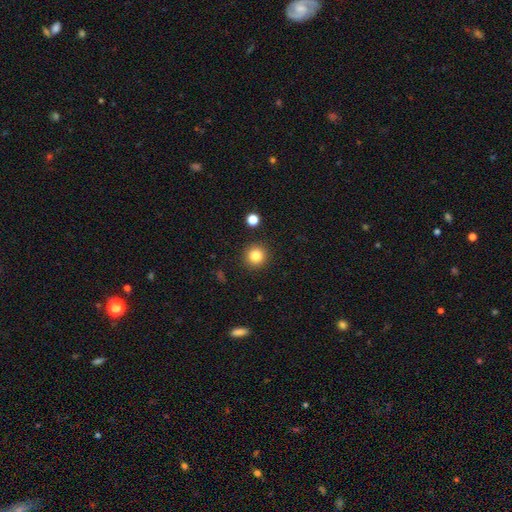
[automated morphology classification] smooth_or_featured: smooth (p=0.83) [alt: star or artifact p=0.11]
how_rounded: round (p=0.95) [alt: in between p=0.05]
merging: none (p=0.91) [alt: minor disturbance p=0.05]